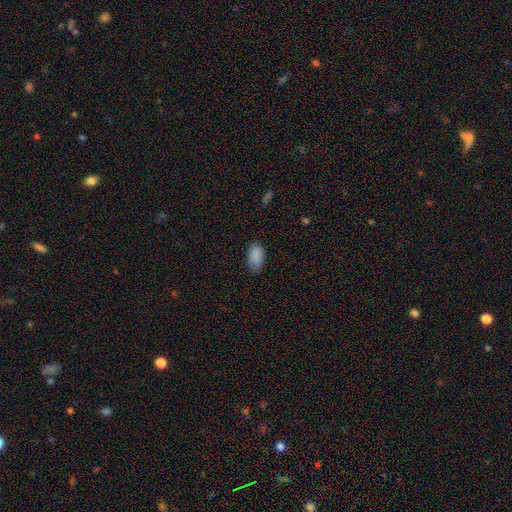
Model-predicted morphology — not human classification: This is clearly a smooth galaxy (88%). How rounded: clearly in between (93%). Merging: likely none (75%).